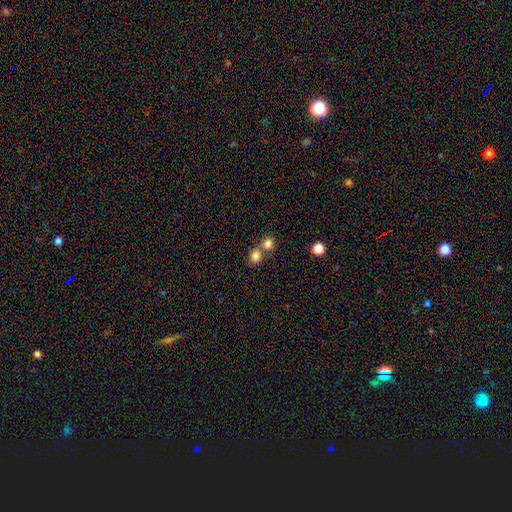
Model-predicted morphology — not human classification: smooth-or-featured: smooth: 82% | star or artifact: 12% | featured or disk: 6%
  how-rounded: round: 75% | in between: 24% | cigar-shaped: 1%
  merging: none: 50% | merger: 41% | minor disturbance: 7% | major disturbance: 3%